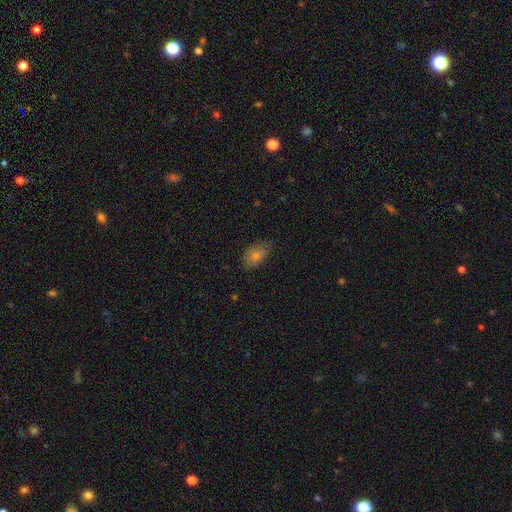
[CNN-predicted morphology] Overall: smooth (71%). How rounded: in between (86%). Merging: none (72%).